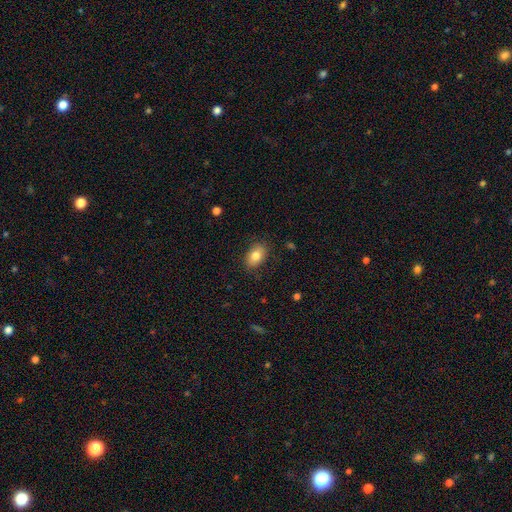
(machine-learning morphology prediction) The model was most divided on "smooth or featured": smooth: 81%, featured or disk: 11%, star or artifact: 8%. More confident: how rounded — in between (85%); merging — none (85%).